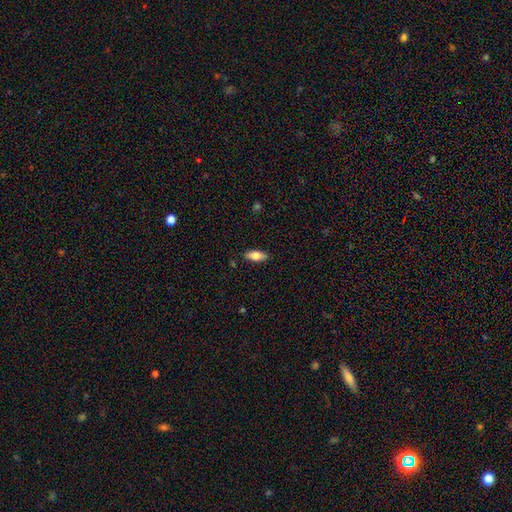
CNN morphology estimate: smooth-or-featured: smooth: 75% | featured or disk: 18% | star or artifact: 7%
  how-rounded: in between: 81% | cigar-shaped: 16% | round: 2%
  merging: none: 88% | minor disturbance: 9% | major disturbance: 2% | merger: 1%